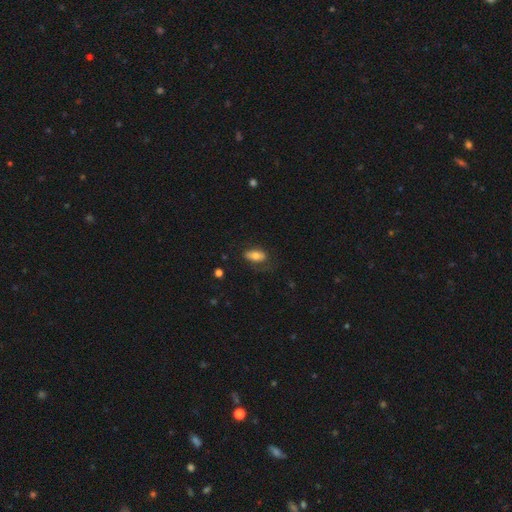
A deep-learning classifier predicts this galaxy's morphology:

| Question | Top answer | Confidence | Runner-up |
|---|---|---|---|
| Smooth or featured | smooth | 70% | featured or disk (22%) |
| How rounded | in between | 88% | cigar-shaped (8%) |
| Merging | none | 61% | minor disturbance (23%) |